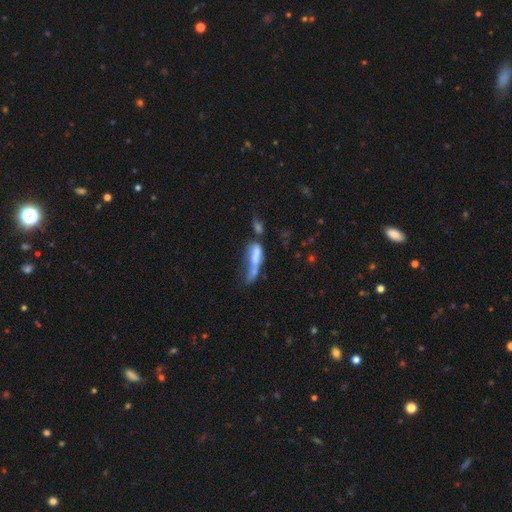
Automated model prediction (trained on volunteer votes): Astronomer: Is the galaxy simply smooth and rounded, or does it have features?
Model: smooth — 55% (runner-up: featured or disk, 34%).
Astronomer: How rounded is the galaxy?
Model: cigar-shaped — 52% (runner-up: in between, 45%).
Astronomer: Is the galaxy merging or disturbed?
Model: merger — 44% (runner-up: major disturbance, 28%).